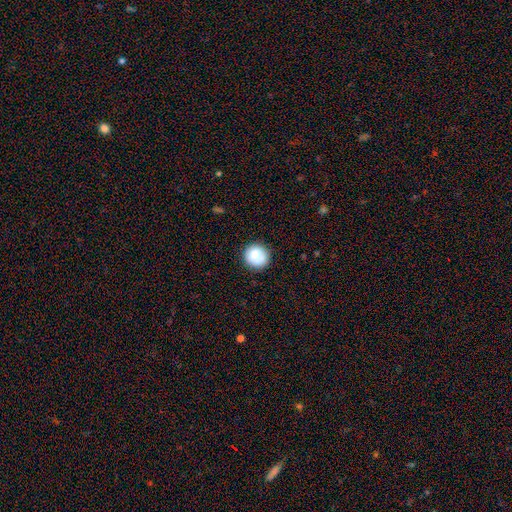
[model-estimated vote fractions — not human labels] Smooth or featured?
  - smooth: 81% *
  - featured or disk: 11%
  - star or artifact: 8%
How rounded?
  - round: 92% *
  - in between: 7%
  - cigar-shaped: 1%
Merging?
  - none: 85% *
  - minor disturbance: 11%
  - major disturbance: 3%
  - merger: 2%